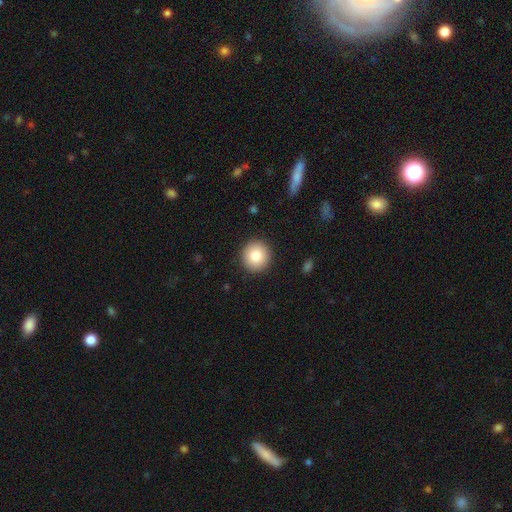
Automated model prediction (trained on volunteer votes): Smooth or featured? smooth (82%)
How rounded? round (94%)
Merging? none (92%)